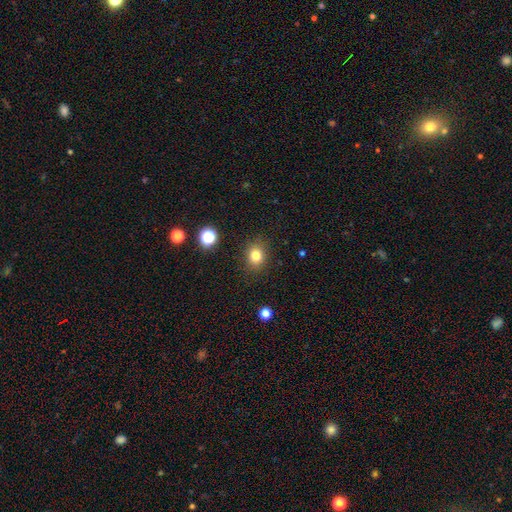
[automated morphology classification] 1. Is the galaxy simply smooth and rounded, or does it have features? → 80% smooth, 13% star or artifact, 7% featured or disk.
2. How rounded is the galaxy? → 58% round, 41% in between, 1% cigar-shaped.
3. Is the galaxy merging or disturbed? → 87% none, 9% minor disturbance, 3% major disturbance, 1% merger.